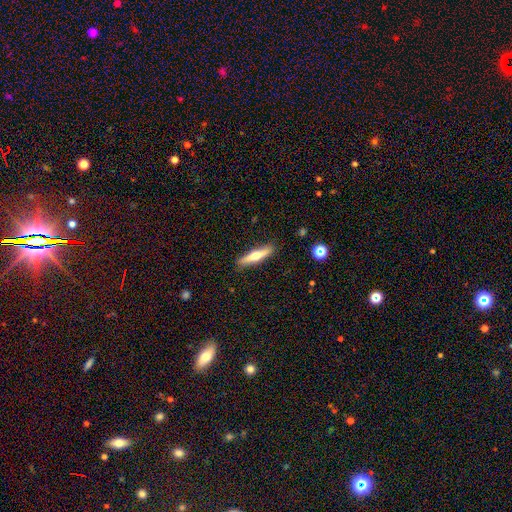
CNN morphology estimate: This is possibly a featured or disk galaxy (48%). Merging: clearly none (89%).